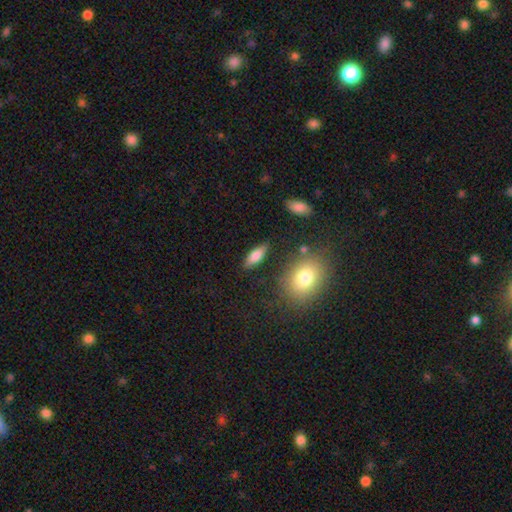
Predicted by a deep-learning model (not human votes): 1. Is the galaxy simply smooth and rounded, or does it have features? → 72% smooth, 20% featured or disk, 7% star or artifact.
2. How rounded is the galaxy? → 68% in between, 28% cigar-shaped, 3% round.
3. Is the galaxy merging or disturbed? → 83% none, 11% minor disturbance, 3% major disturbance, 3% merger.